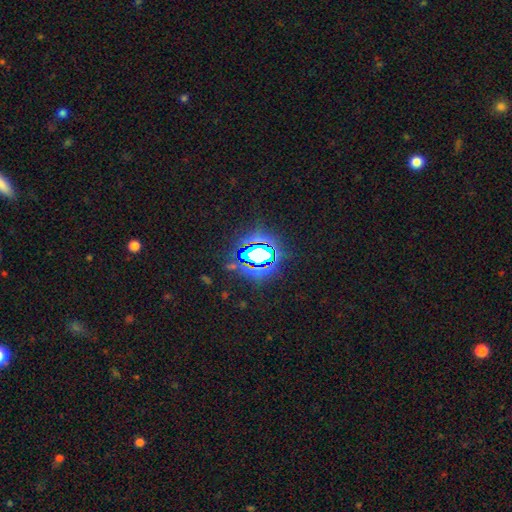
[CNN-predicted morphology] This appears to be a star or artifact, not a galaxy (76%).